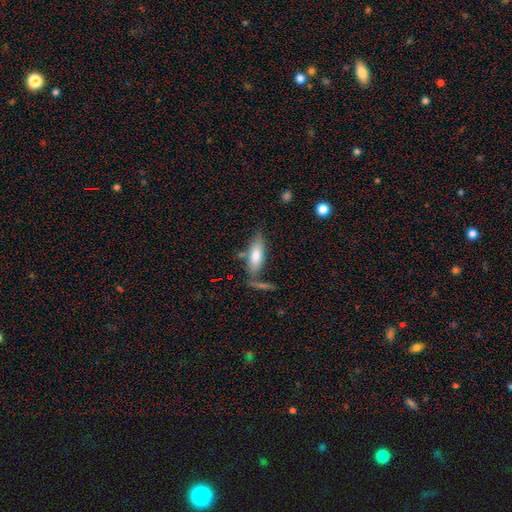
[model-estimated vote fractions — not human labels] This is likely a smooth galaxy (74%). How rounded: likely in between (61%). Merging: possibly none (60%).